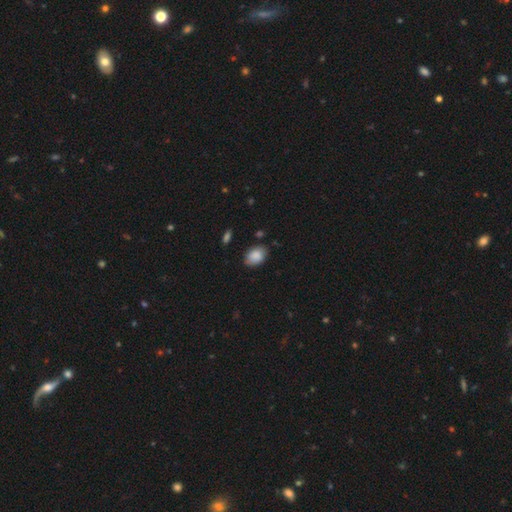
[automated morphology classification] This is clearly a smooth galaxy (87%). How rounded: clearly in between (81%). Merging: likely none (75%).